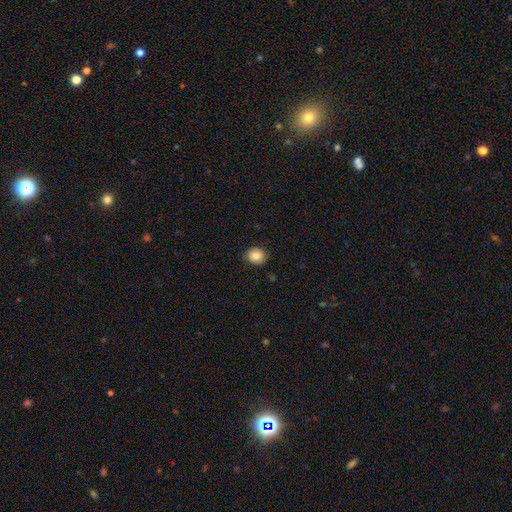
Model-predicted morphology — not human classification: smooth-or-featured: smooth: 83% | star or artifact: 9% | featured or disk: 8%
  how-rounded: round: 73% | in between: 26% | cigar-shaped: 1%
  merging: none: 85% | minor disturbance: 11% | major disturbance: 2% | merger: 1%